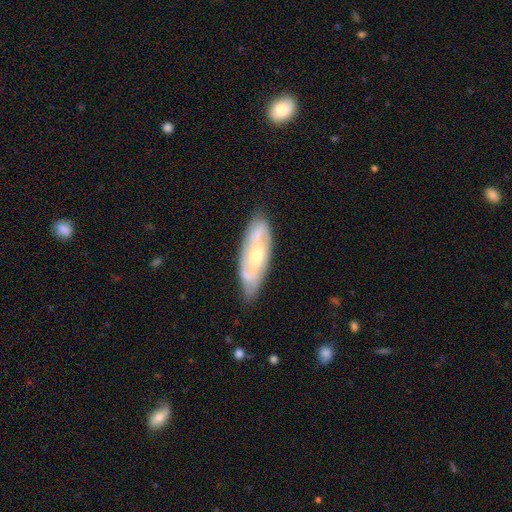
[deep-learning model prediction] Smooth or featured? Predicted: featured or disk (p=0.71). Edge-on disk? Predicted: no (p=0.84). Bar? Predicted: no (p=0.46). Spiral arms? Predicted: yes (p=0.80). Bulge size? Predicted: moderate (p=0.56). Merging? Predicted: none (p=0.77).